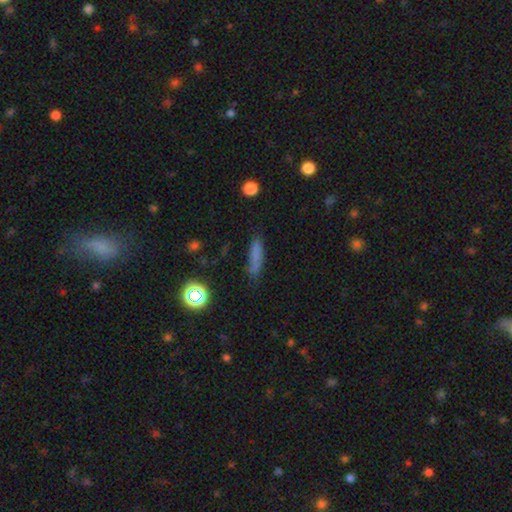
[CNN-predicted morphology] Q: Smooth or featured?
A: smooth (74%); runner-up: star or artifact (13%)
Q: How rounded?
A: cigar-shaped (73%); runner-up: in between (23%)
Q: Merging?
A: none (72%); runner-up: minor disturbance (19%)